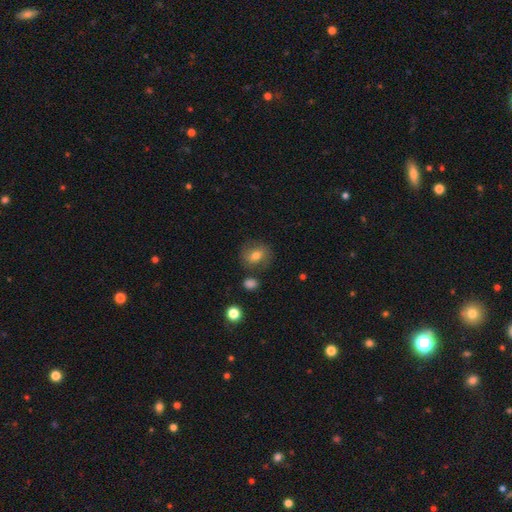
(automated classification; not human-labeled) Smooth or featured?
  - smooth: 69% *
  - featured or disk: 21%
  - star or artifact: 10%
How rounded?
  - round: 52% *
  - in between: 46%
  - cigar-shaped: 2%
Merging?
  - none: 74% *
  - minor disturbance: 15%
  - major disturbance: 5%
  - merger: 5%